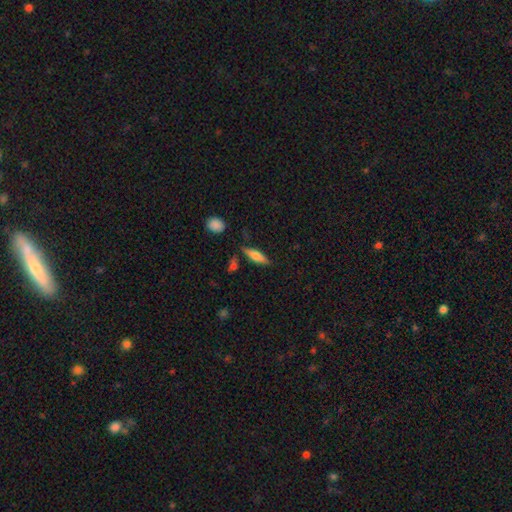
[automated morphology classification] Smooth or featured? smooth (63%)
How rounded? cigar-shaped (56%)
Merging? none (77%)